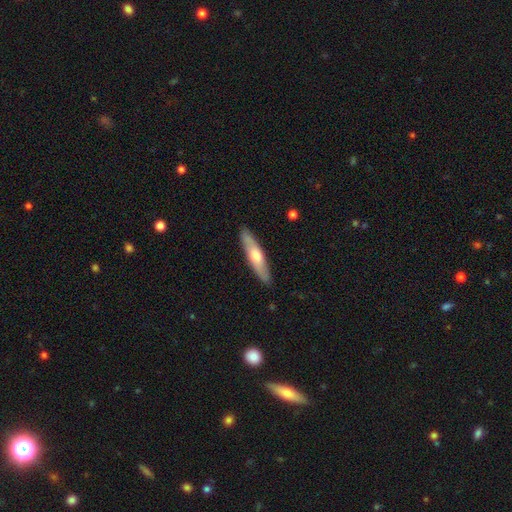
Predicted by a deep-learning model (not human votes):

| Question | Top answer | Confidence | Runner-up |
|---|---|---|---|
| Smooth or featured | smooth | 51% | featured or disk (44%) |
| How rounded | cigar-shaped | 80% | in between (18%) |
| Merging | none | 89% | minor disturbance (8%) |